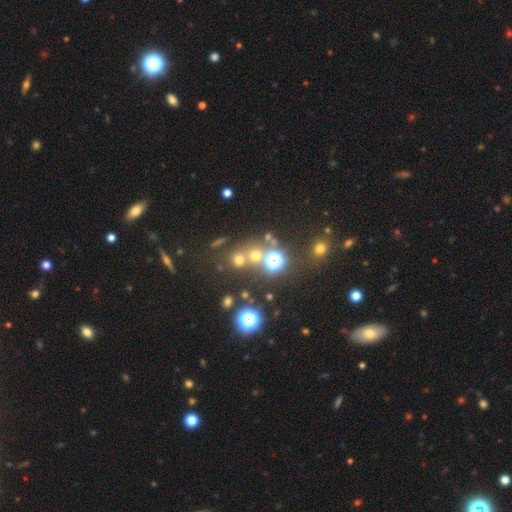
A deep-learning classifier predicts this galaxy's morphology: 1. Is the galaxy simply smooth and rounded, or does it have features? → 48% smooth, 40% star or artifact, 12% featured or disk.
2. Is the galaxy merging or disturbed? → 62% none, 26% merger, 8% minor disturbance, 5% major disturbance.